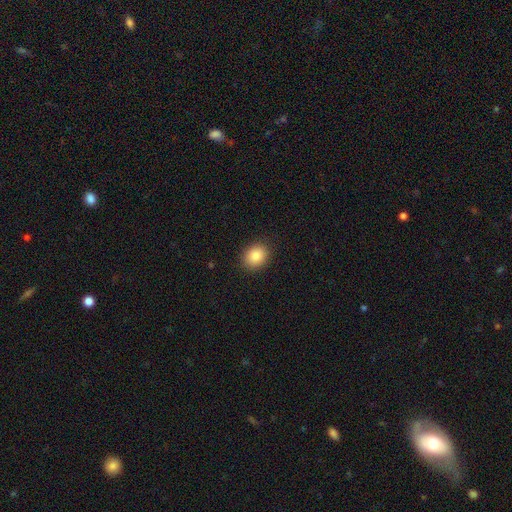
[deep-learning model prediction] A smooth galaxy with no disk features (86%) that is round (56%).

Vote fractions:
- Smooth or featured? smooth: 86% / star or artifact: 9% / featured or disk: 5%
- How rounded? round: 56% / in between: 44% / cigar-shaped: 1%
- Merging? none: 90% / minor disturbance: 7% / major disturbance: 2% / merger: 1%